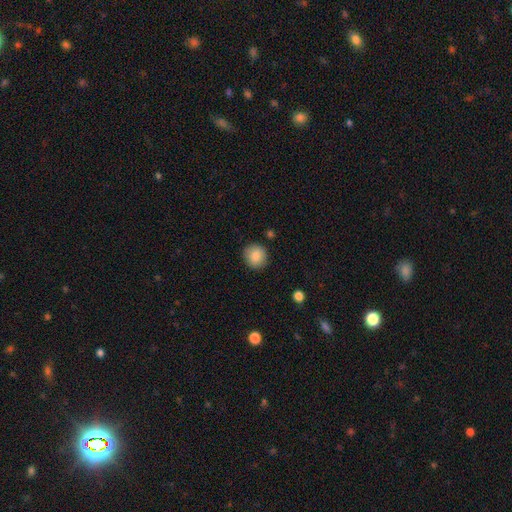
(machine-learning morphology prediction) Smooth or featured? Predicted: smooth (p=0.86). How rounded? Predicted: round (p=0.88). Merging? Predicted: none (p=0.87).